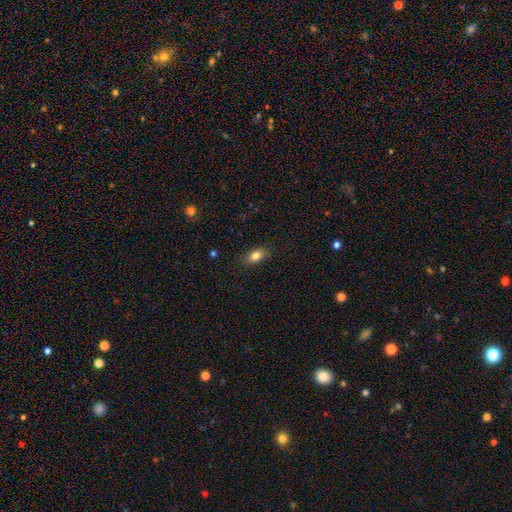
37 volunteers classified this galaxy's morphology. smooth-or-featured: smooth: 89% | star or artifact: 8% | featured or disk: 3%
  how-rounded: in between: 85% | cigar-shaped: 9% | round: 6%
  merging: none: 88% | minor disturbance: 12% | major disturbance: 0% | merger: 0%